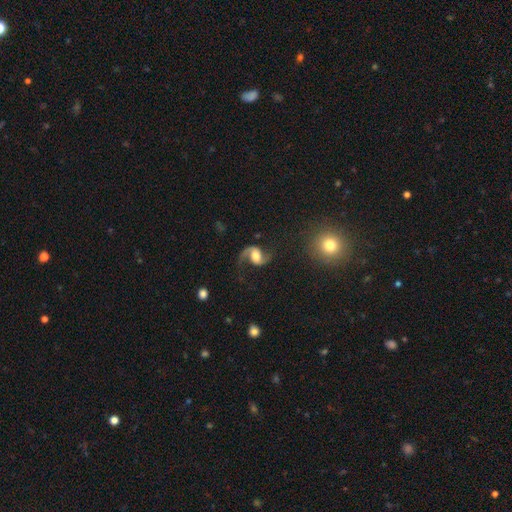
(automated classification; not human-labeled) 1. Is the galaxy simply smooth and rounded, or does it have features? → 87% featured or disk, 7% smooth, 6% star or artifact.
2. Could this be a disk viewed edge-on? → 98% no, 2% yes.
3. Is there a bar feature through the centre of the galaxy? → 45% no, 38% weak, 17% strong.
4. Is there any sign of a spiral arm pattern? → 97% yes, 3% no.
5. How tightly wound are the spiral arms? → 67% loose, 28% medium, 5% tight.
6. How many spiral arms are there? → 92% 2, 3% 1, 1% can't tell, 1% 3, 1% 4, 1% more than 4.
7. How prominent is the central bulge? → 48% moderate, 31% large, 13% small, 5% none, 4% dominant.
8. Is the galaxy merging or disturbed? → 73% none, 14% minor disturbance, 11% major disturbance, 2% merger.